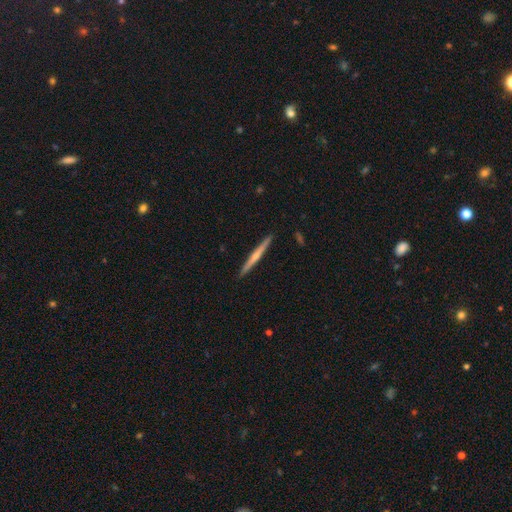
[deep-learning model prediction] Smooth or featured?
  - featured or disk: 58% *
  - smooth: 37%
  - star or artifact: 5%
Edge-on disk?
  - yes: 98% *
  - no: 2%
Edge-on bulge?
  - rounded: 57% *
  - none: 38%
  - boxy: 5%
Merging?
  - none: 92% *
  - minor disturbance: 6%
  - major disturbance: 1%
  - merger: 1%